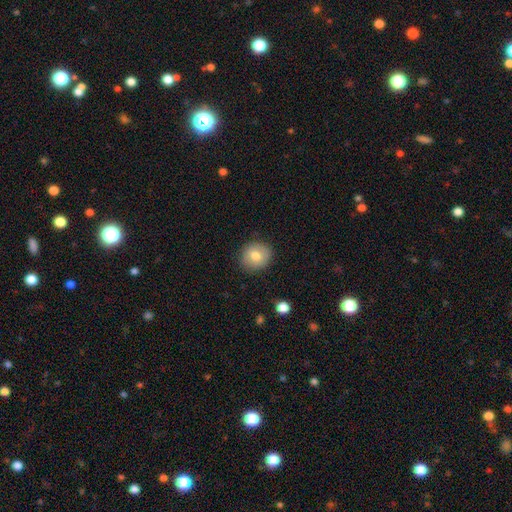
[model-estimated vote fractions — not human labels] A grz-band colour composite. It shows a smooth galaxy with no disk features (76%) that is round (83%). Merging: none (87%).